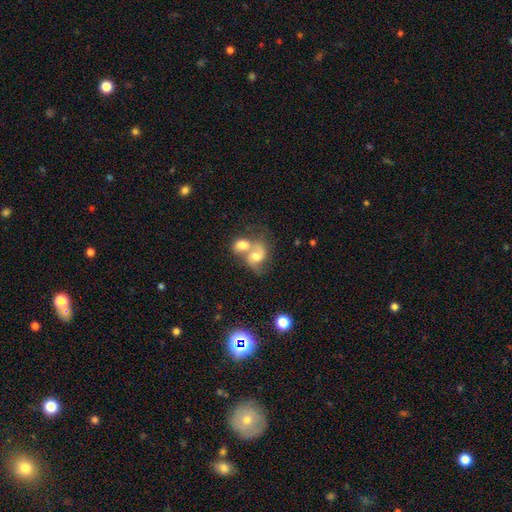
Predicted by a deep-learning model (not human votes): A featured or disk galaxy (59%) with no bar (62%), spiral arms (84%) and a moderate central bulge (57%). Merging: merger (67%).